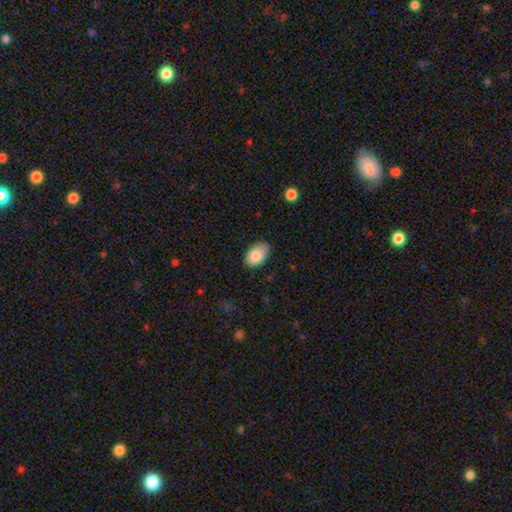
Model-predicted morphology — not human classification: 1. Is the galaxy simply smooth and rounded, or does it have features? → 84% smooth, 9% featured or disk, 7% star or artifact.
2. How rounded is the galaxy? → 92% in between, 7% round, 1% cigar-shaped.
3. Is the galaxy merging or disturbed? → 76% none, 19% minor disturbance, 3% major disturbance, 1% merger.